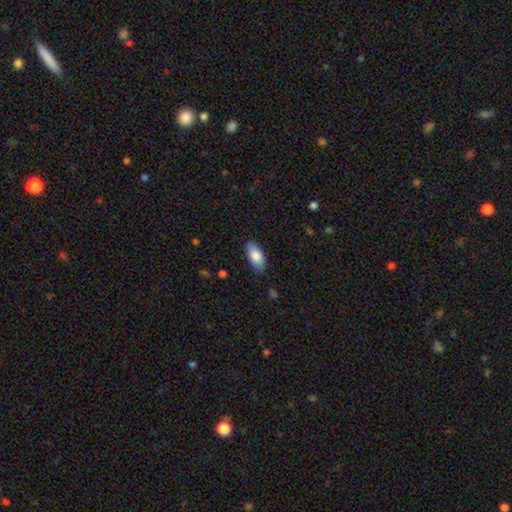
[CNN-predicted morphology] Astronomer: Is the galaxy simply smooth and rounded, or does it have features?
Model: smooth — 83%.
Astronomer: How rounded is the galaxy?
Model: in between — 88%.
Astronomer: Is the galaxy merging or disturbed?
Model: none — 84%.